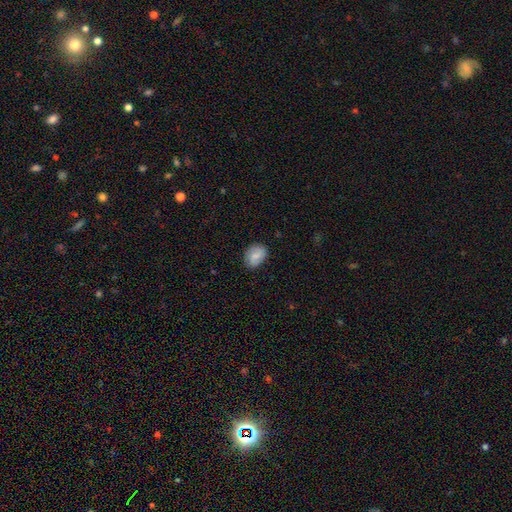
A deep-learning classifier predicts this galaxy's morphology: Smooth or featured? Predicted: smooth (p=0.64). How rounded? Predicted: in between (p=0.64). Merging? Predicted: none (p=0.77).